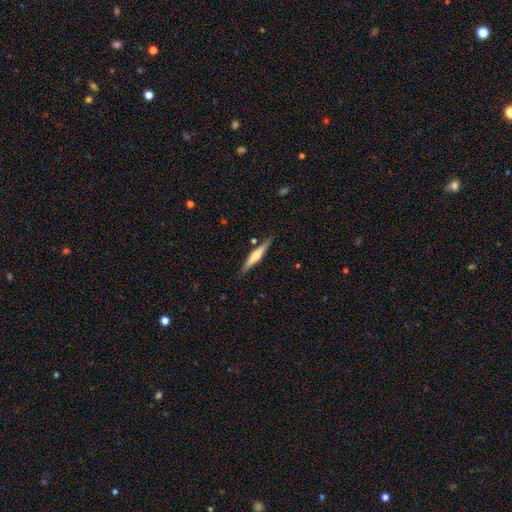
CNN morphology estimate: A featured or disk galaxy (56%) viewed edge-on (97%) with a rounded central bulge (77%).

Vote fractions:
- Smooth or featured? featured or disk: 56% / smooth: 38% / star or artifact: 6%
- Edge-on disk? yes: 97% / no: 3%
- Edge-on bulge? rounded: 77% / boxy: 12% / none: 11%
- Merging? none: 85% / minor disturbance: 11% / merger: 3% / major disturbance: 2%